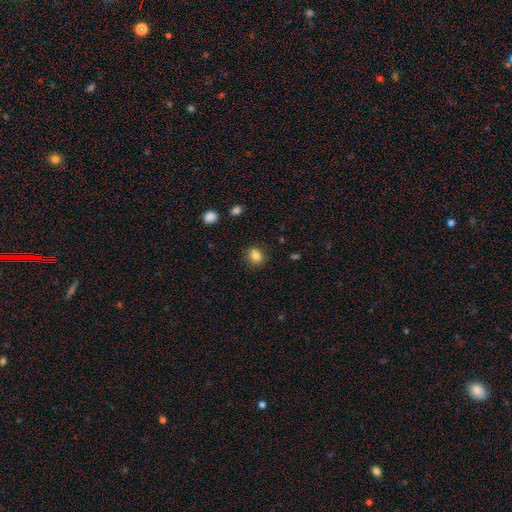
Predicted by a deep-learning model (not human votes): Smooth or featured? smooth (83%)
How rounded? round (69%)
Merging? none (86%)